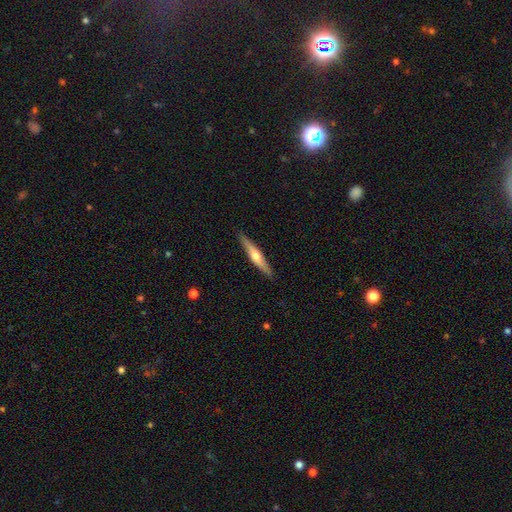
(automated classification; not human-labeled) Q: Smooth or featured?
A: featured or disk (58%); runner-up: smooth (37%)
Q: Edge-on disk?
A: yes (95%); runner-up: no (5%)
Q: Edge-on bulge?
A: rounded (89%); runner-up: none (7%)
Q: Merging?
A: none (89%); runner-up: minor disturbance (8%)